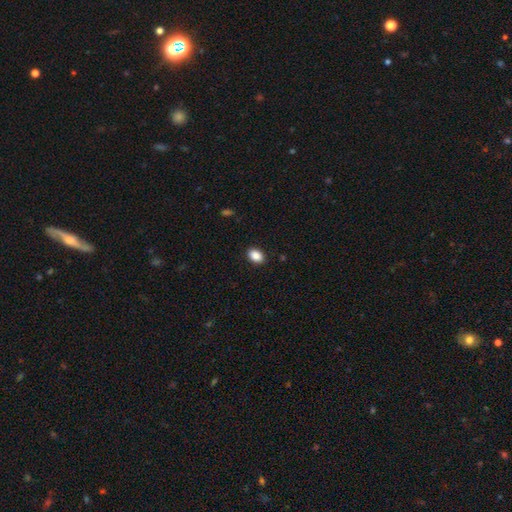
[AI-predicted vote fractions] smooth 89%, star or artifact 8%, featured or disk 3%. Down the decision tree: how rounded — in between (79%); merging — none (90%).